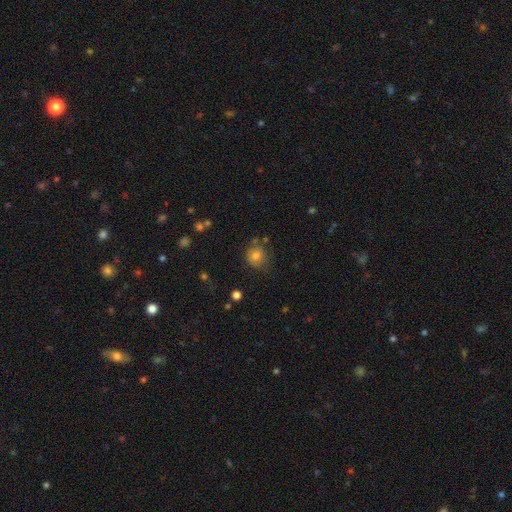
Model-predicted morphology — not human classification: A smooth galaxy with no disk features (77%) that is round (82%).

Vote fractions:
- Smooth or featured? smooth: 77% / star or artifact: 12% / featured or disk: 11%
- How rounded? round: 82% / in between: 17% / cigar-shaped: 1%
- Merging? none: 66% / minor disturbance: 21% / major disturbance: 8% / merger: 5%